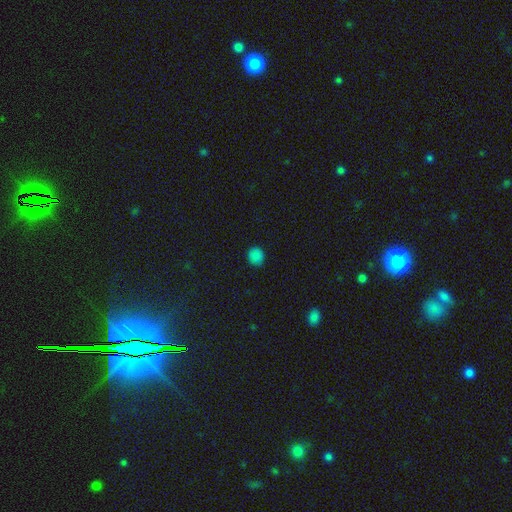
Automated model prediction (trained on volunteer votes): A smooth galaxy with no disk features (83%) that is round (88%).

Vote fractions:
- Smooth or featured? smooth: 83% / star or artifact: 14% / featured or disk: 3%
- How rounded? round: 88% / in between: 11% / cigar-shaped: 1%
- Merging? none: 90% / minor disturbance: 7% / major disturbance: 2% / merger: 1%